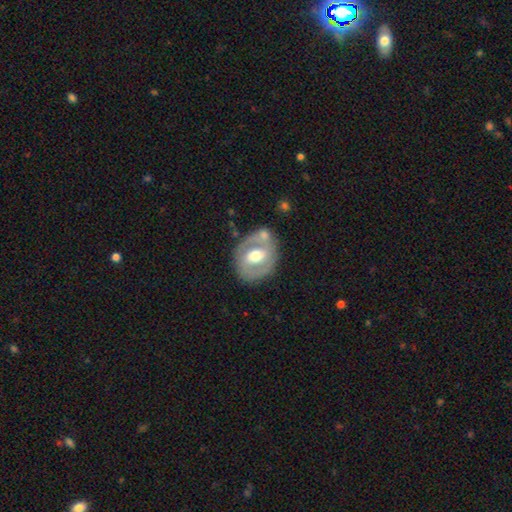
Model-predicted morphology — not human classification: smooth_or_featured: featured or disk (p=0.63) [alt: smooth p=0.32]
disk_edge_on: no (p=0.94) [alt: yes p=0.06]
bar: no (p=0.39) [tied with: weak p=0.39]
has_spiral_arms: no (p=0.56) [alt: yes p=0.44]
bulge_size: moderate (p=0.69) [alt: large p=0.18]
merging: none (p=0.65) [alt: minor disturbance p=0.17]